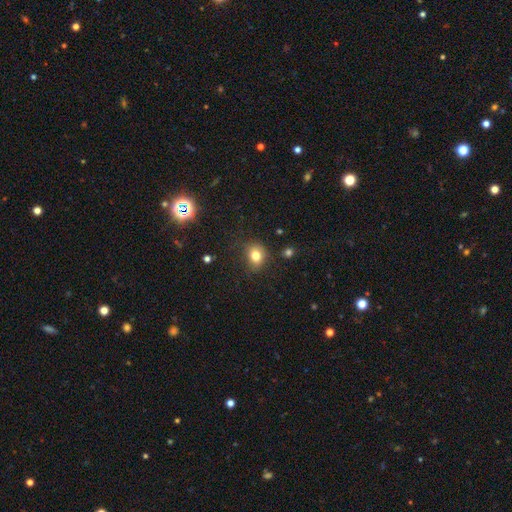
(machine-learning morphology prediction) This is likely a smooth galaxy (78%). How rounded: likely round (61%). Merging: likely none (73%).